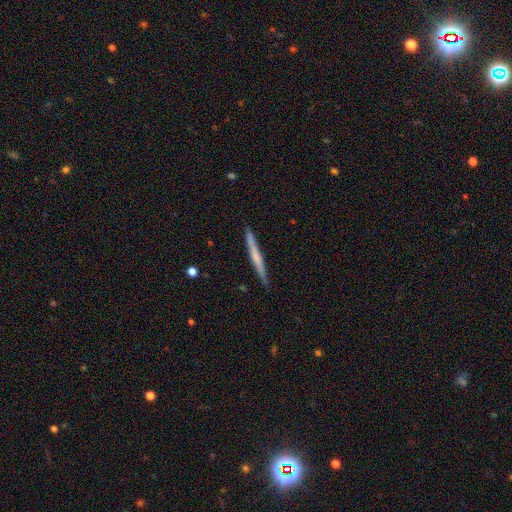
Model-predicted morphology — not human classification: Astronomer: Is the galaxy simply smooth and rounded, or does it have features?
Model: featured or disk — 51% (runner-up: smooth, 43%).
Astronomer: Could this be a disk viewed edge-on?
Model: yes — 98%.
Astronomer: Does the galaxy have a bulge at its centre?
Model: none — 62%.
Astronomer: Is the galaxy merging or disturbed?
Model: none — 90%.